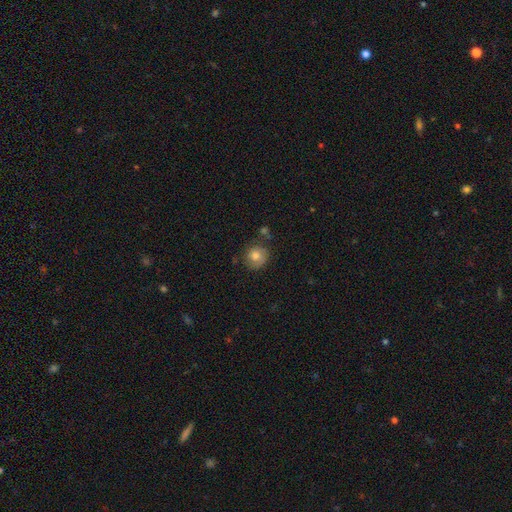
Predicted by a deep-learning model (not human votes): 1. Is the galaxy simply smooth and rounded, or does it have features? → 78% smooth, 12% featured or disk, 9% star or artifact.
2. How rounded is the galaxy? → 88% round, 11% in between, 1% cigar-shaped.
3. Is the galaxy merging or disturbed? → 73% none, 17% minor disturbance, 5% merger, 4% major disturbance.